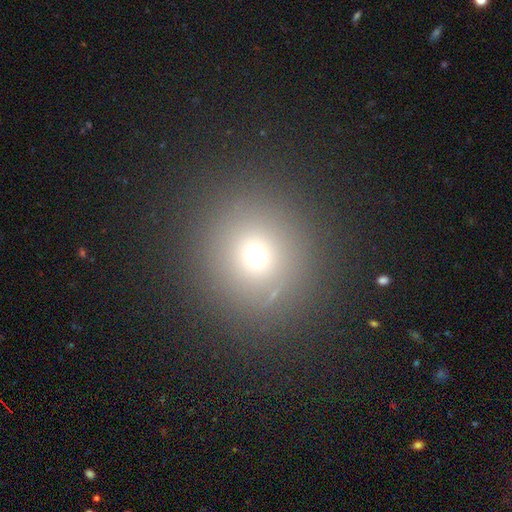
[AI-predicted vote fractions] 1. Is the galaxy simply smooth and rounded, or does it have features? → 66% smooth, 23% star or artifact, 11% featured or disk.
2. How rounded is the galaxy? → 90% round, 9% in between, 1% cigar-shaped.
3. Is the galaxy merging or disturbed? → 88% none, 7% minor disturbance, 3% major disturbance, 2% merger.